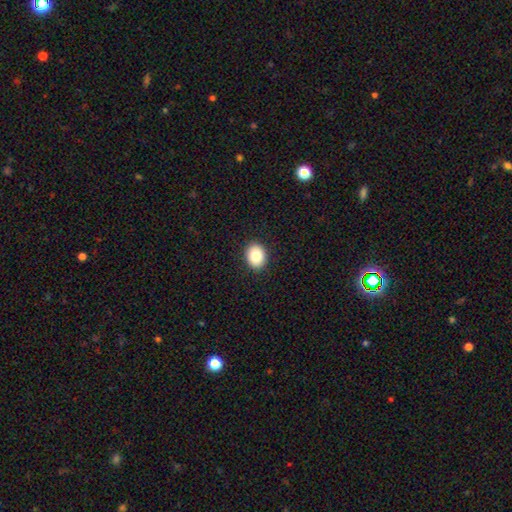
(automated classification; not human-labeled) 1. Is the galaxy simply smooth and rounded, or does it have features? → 84% smooth, 8% star or artifact, 8% featured or disk.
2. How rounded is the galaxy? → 58% in between, 41% round, 1% cigar-shaped.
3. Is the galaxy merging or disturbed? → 91% none, 7% minor disturbance, 2% major disturbance, 1% merger.